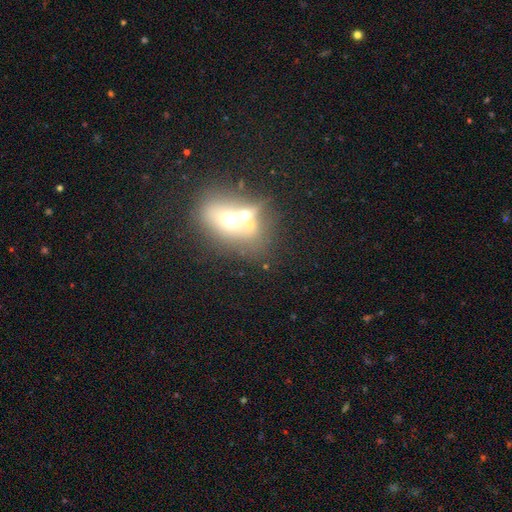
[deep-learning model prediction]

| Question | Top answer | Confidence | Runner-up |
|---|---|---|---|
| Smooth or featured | smooth | 44% | featured or disk (40%) |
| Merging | merger | 62% | none (25%) |